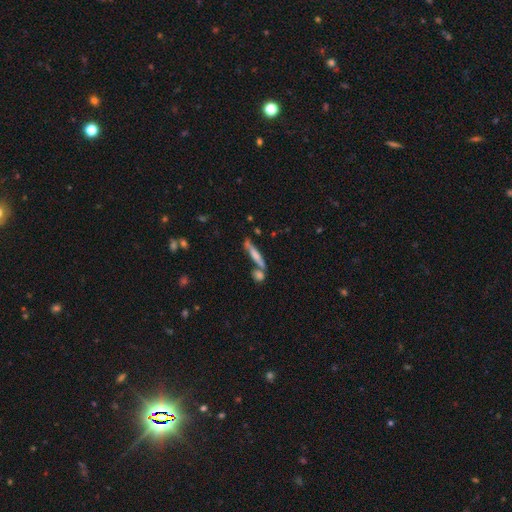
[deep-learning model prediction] Smooth or featured? Predicted: smooth (p=0.47). Merging? Predicted: none (p=0.64).